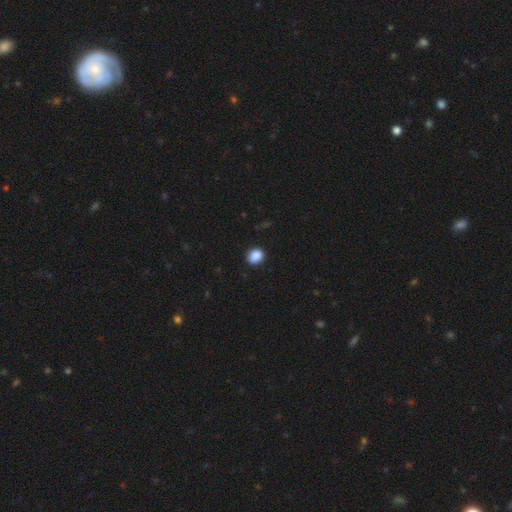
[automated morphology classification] Smooth or featured?
  - smooth: 88% *
  - star or artifact: 9%
  - featured or disk: 3%
How rounded?
  - round: 58% *
  - in between: 41%
  - cigar-shaped: 1%
Merging?
  - none: 88% *
  - minor disturbance: 9%
  - major disturbance: 2%
  - merger: 1%